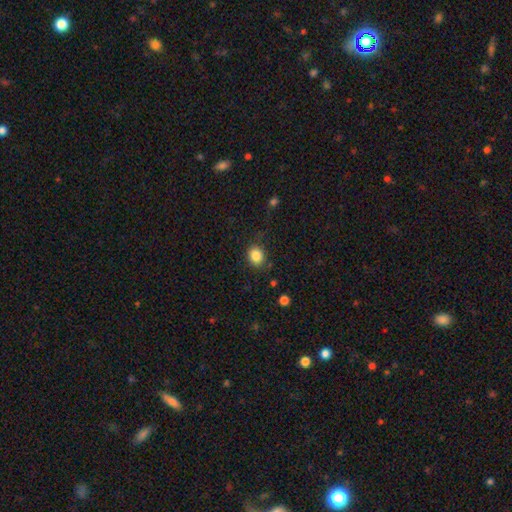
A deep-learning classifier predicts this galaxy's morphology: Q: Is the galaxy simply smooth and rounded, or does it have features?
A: smooth — 84%.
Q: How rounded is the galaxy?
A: round — 60%.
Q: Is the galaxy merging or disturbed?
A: none — 81%.